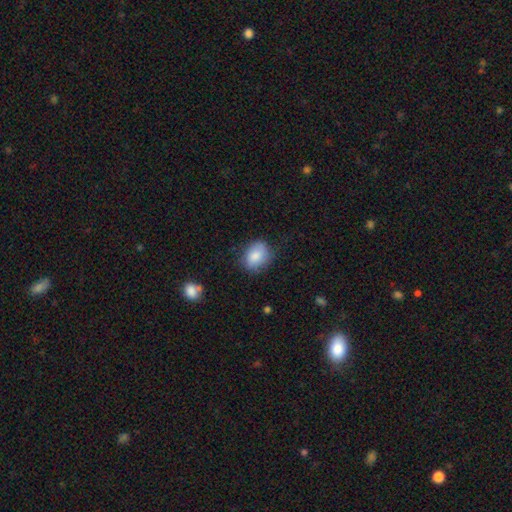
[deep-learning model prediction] The model was most divided on "how rounded": in between: 61%, round: 38%, cigar-shaped: 1%. More confident: smooth or featured — smooth (83%); merging — none (74%).